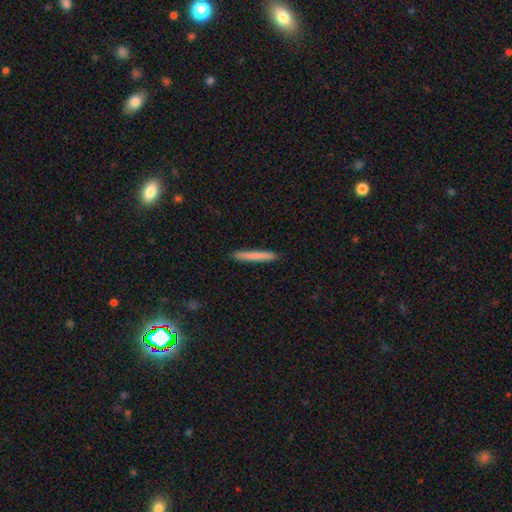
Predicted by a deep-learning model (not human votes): The model was most divided on "smooth or featured": smooth: 77%, featured or disk: 17%, star or artifact: 6%. More confident: how rounded — cigar-shaped (96%); merging — none (92%).